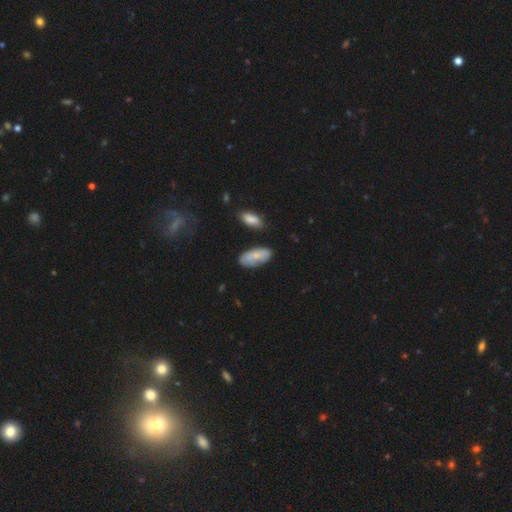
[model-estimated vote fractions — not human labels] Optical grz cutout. It shows a smooth galaxy with no disk features (62%) that is in between round and cigar-shaped (91%). Merging: none (64%).